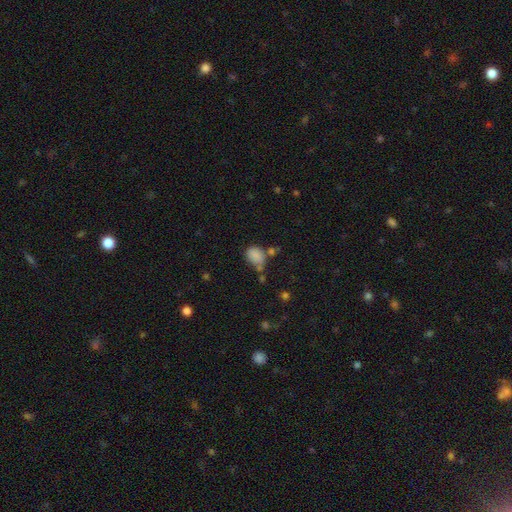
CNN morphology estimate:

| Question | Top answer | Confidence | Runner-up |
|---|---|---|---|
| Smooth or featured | smooth | 83% | star or artifact (11%) |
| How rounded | in between | 69% | round (29%) |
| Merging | none | 48% | minor disturbance (25%) |